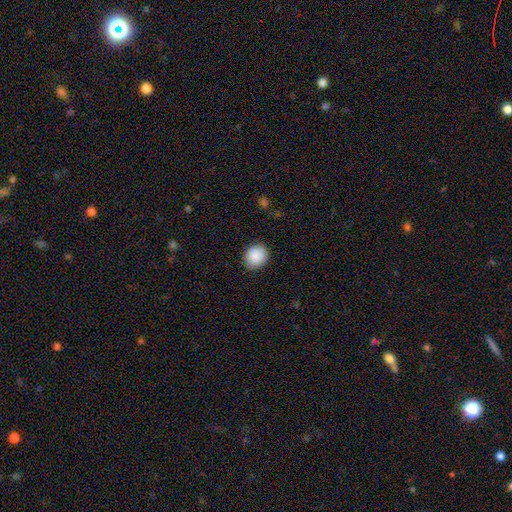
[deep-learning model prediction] Overall: smooth (89%). How rounded: round (72%). Merging: none (86%).